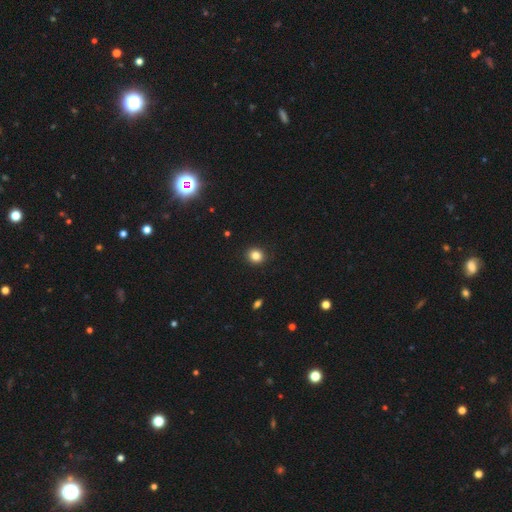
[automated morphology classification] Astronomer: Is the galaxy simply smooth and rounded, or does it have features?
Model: smooth — 84%.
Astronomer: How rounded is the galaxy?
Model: round — 78%.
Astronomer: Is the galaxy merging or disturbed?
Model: none — 91%.